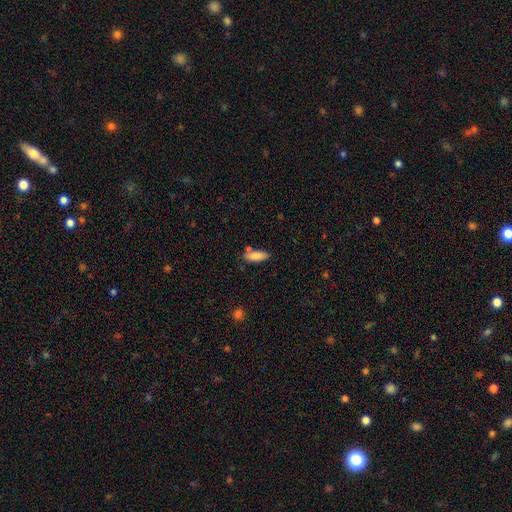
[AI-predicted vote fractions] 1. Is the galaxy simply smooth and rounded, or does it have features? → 84% smooth, 9% featured or disk, 7% star or artifact.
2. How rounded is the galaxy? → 73% in between, 25% cigar-shaped, 2% round.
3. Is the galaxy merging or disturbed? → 72% none, 15% minor disturbance, 10% merger, 3% major disturbance.